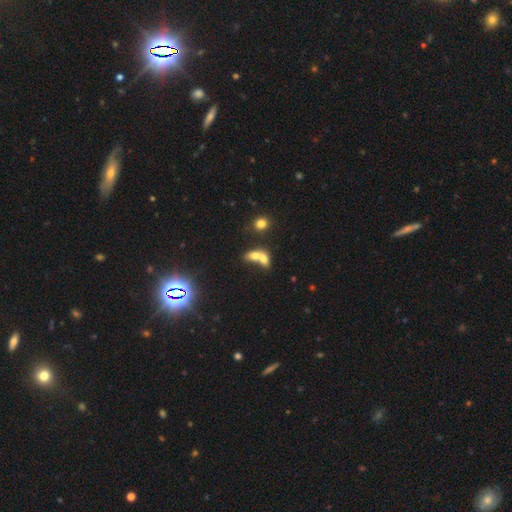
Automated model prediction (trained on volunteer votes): Morphology: type=smooth (67%); roundness=in between (72%); merging=merger (73%).